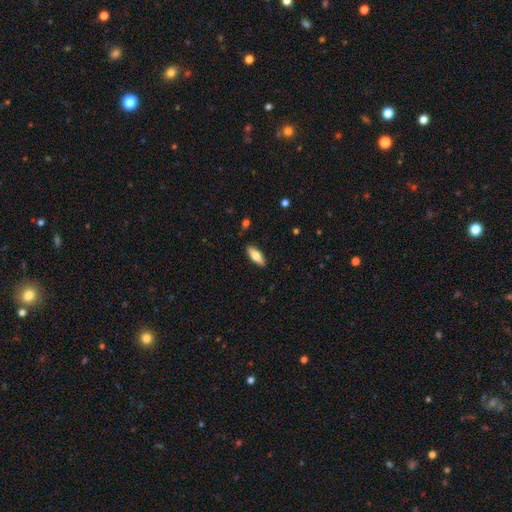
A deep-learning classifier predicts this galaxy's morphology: Smooth or featured: smooth — 67% (featured or disk — 27%)
How rounded: in between — 64% (cigar-shaped — 34%)
Merging: none — 89% (minor disturbance — 8%)